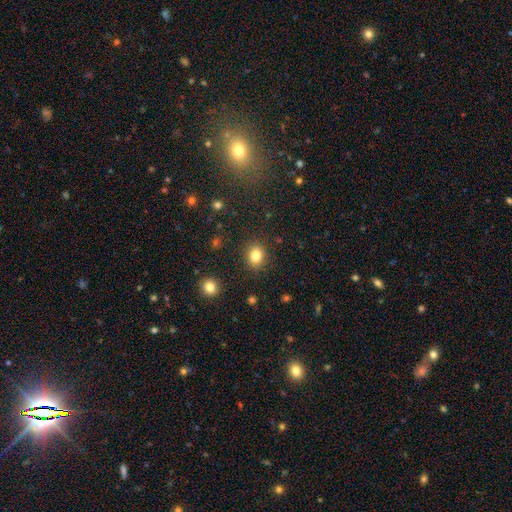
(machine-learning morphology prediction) Overall: smooth (83%). How rounded: round (59%; in between 40%). Merging: none (87%).